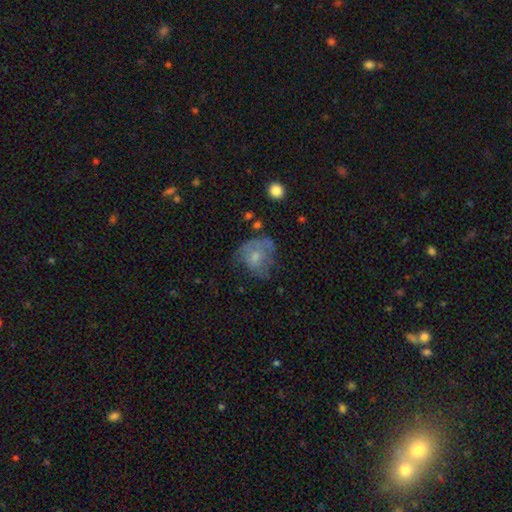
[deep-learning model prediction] Smooth or featured? smooth (50%)
Merging? none (37%)